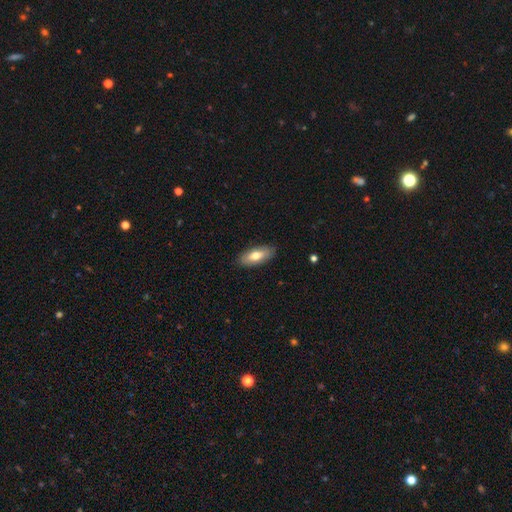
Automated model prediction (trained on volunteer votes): Smooth or featured? Predicted: smooth (p=0.70). How rounded? Predicted: in between (p=0.82). Merging? Predicted: none (p=0.87).